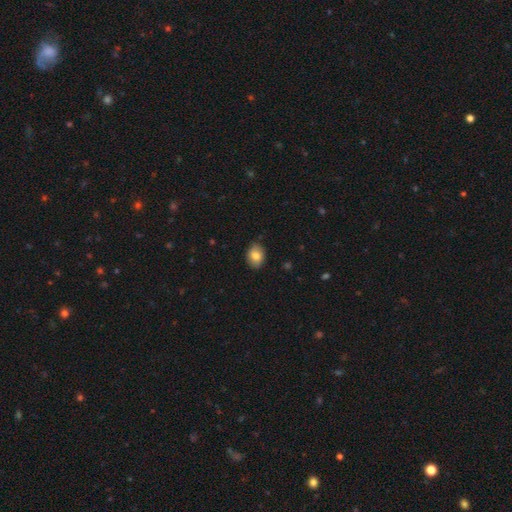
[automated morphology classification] Overall: smooth (80%). How rounded: in between (71%). Merging: none (84%).